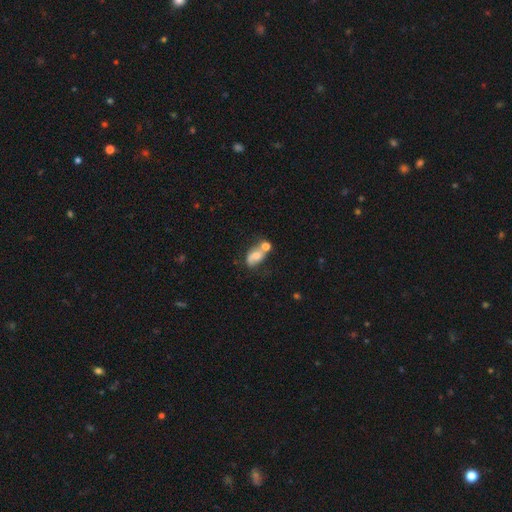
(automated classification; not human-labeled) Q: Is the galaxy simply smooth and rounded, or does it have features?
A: smooth — 53%.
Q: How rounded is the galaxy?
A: in between — 78%.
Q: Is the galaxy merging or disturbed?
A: merger — 43%.